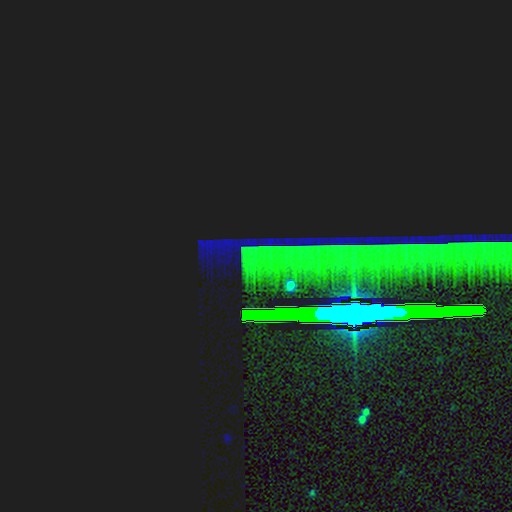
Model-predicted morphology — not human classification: Smooth or featured? star or artifact (84%)